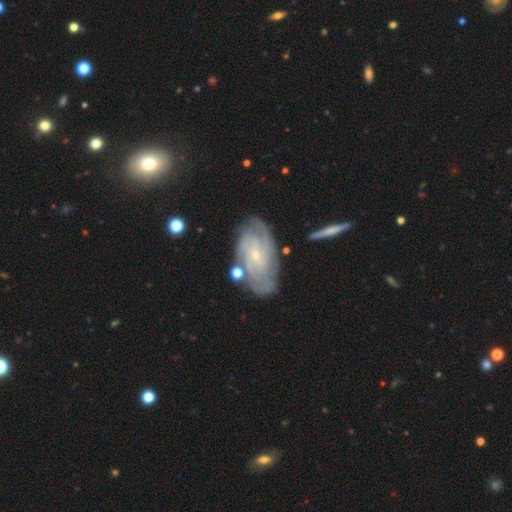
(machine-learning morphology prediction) The model was most divided on "spiral arm count": can't tell: 41%, 2: 20%, 3: 15%, 4: 13%, more than 4: 6%, 1: 5%. More confident: edge-on disk — no (95%); spiral arms — yes (92%); bulge size — small (84%); smooth or featured — featured or disk (81%); bar — no (71%); merging — none (71%); spiral winding — tight (66%).